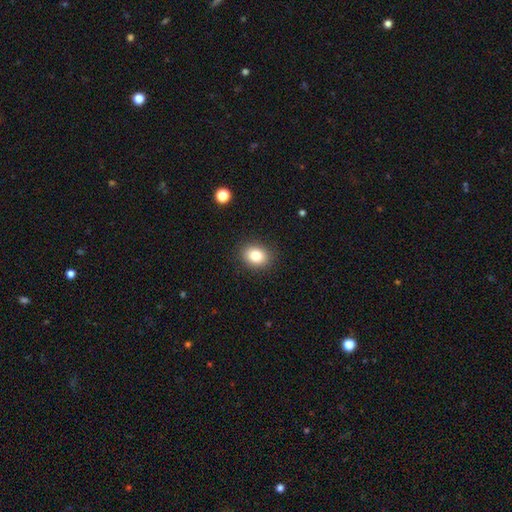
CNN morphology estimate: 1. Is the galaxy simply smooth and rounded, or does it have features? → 82% smooth, 10% star or artifact, 8% featured or disk.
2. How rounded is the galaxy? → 50% round, 49% in between, 1% cigar-shaped.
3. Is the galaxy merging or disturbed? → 89% none, 8% minor disturbance, 2% major disturbance, 1% merger.